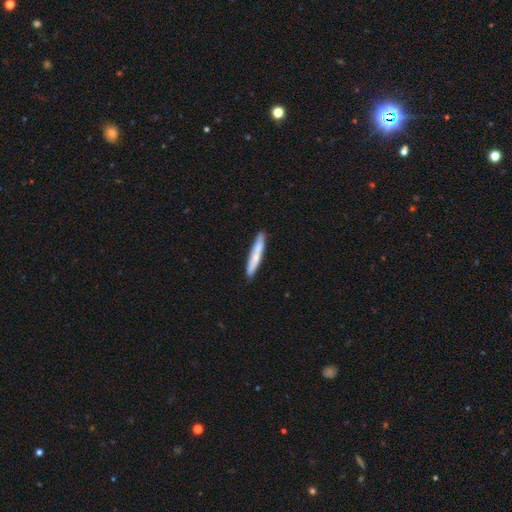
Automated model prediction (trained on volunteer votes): smooth_or_featured: smooth (p=0.66) [alt: featured or disk p=0.29]
how_rounded: cigar-shaped (p=0.94) [alt: in between p=0.05]
merging: none (p=0.88) [alt: minor disturbance p=0.09]